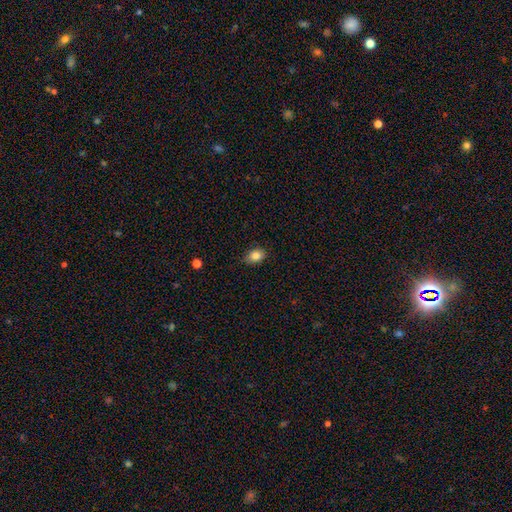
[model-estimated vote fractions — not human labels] Q: Smooth or featured?
A: smooth (84%); runner-up: star or artifact (9%)
Q: How rounded?
A: in between (76%); runner-up: round (22%)
Q: Merging?
A: none (82%); runner-up: minor disturbance (15%)